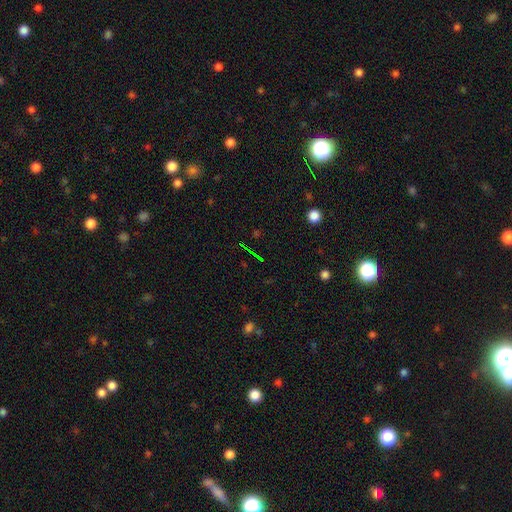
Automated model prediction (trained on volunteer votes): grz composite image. It shows a star or artifact, not a galaxy (67%).